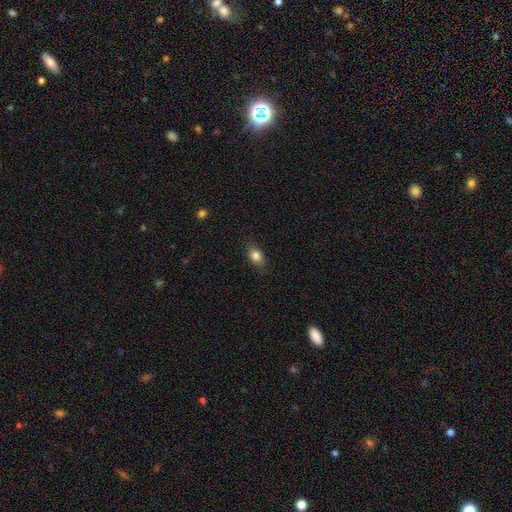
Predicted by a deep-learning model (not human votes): Q: Smooth or featured?
A: smooth (82%); runner-up: featured or disk (10%)
Q: How rounded?
A: in between (83%); runner-up: round (12%)
Q: Merging?
A: none (84%); runner-up: minor disturbance (13%)